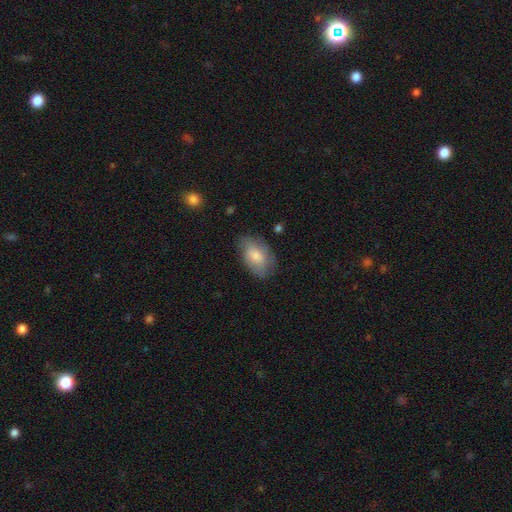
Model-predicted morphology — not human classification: Q: Smooth or featured?
A: smooth (75%); runner-up: featured or disk (19%)
Q: How rounded?
A: in between (91%); runner-up: round (7%)
Q: Merging?
A: none (72%); runner-up: minor disturbance (21%)